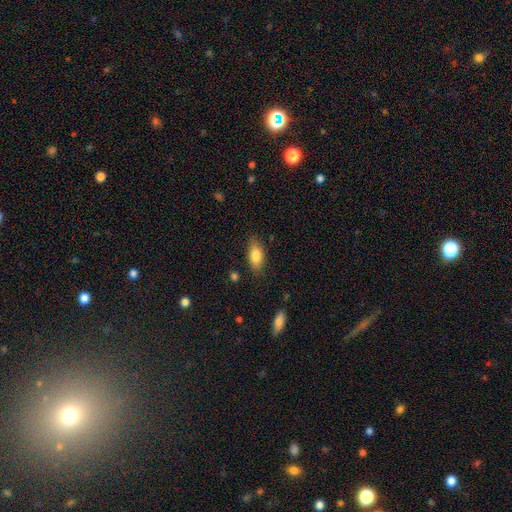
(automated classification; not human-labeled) A smooth galaxy with no disk features (82%) that is in between round and cigar-shaped (86%). Merging: none (81%).